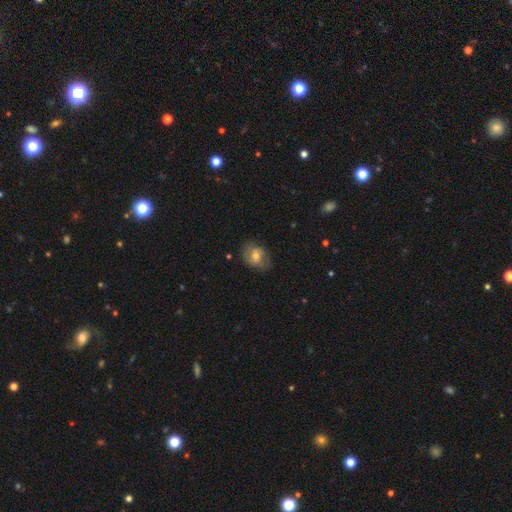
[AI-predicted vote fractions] Overall: smooth (57%; featured or disk 34%). How rounded: in between (55%; round 44%). Merging: none (67%).